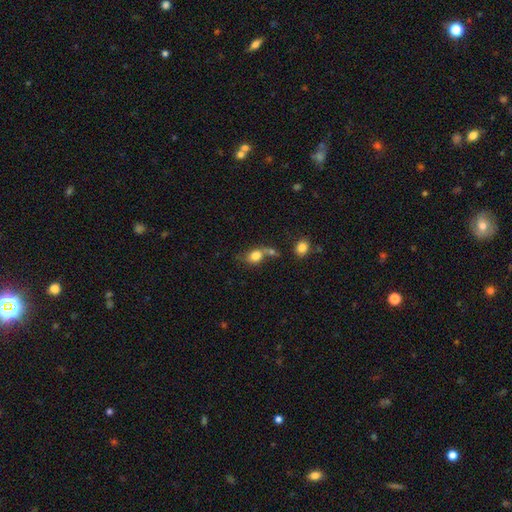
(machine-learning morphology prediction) type=smooth (81%); roundness=in between (58%); merging=none (41%).